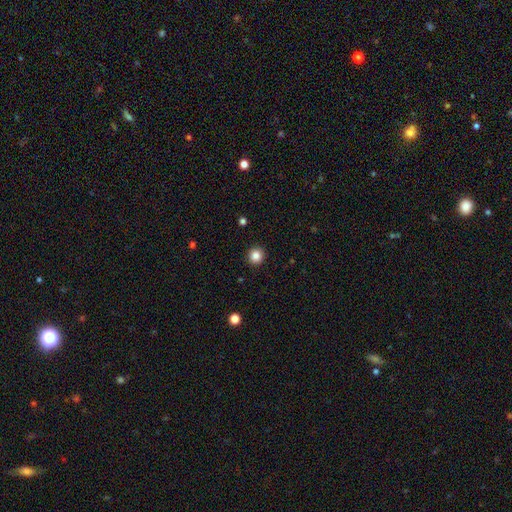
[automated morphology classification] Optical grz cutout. It shows a smooth galaxy with no disk features (85%) that is round (93%). Merging: none (93%).